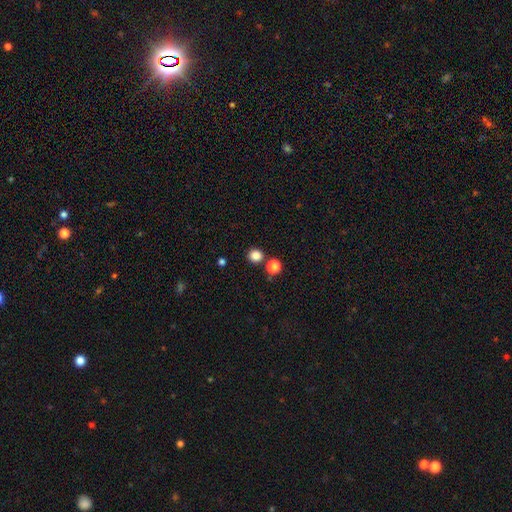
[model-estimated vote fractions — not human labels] The model was most divided on "smooth or featured": smooth: 84%, star or artifact: 13%, featured or disk: 3%. More confident: how rounded — round (89%); merging — none (82%).